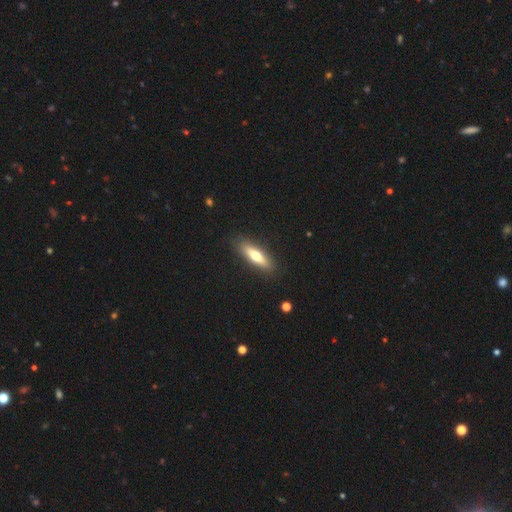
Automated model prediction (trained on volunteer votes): Overall: smooth (60%; featured or disk 35%). How rounded: cigar-shaped (67%; in between 31%). Merging: none (88%).